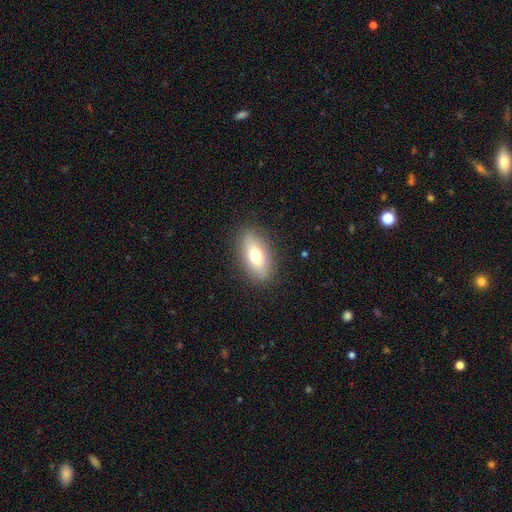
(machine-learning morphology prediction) Q: Smooth or featured?
A: smooth (69%); runner-up: featured or disk (23%)
Q: How rounded?
A: in between (86%); runner-up: cigar-shaped (9%)
Q: Merging?
A: none (86%); runner-up: minor disturbance (10%)